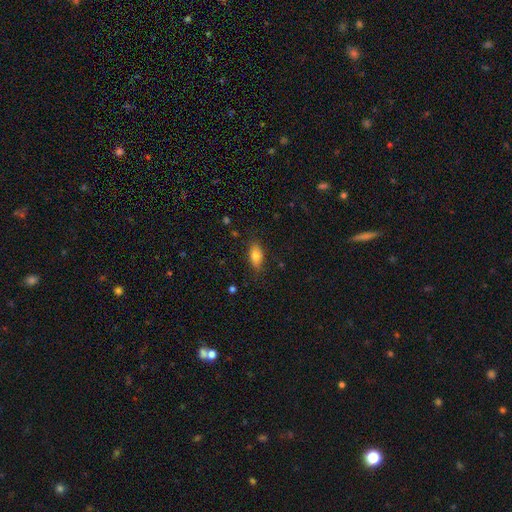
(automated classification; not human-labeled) Morphology: type=smooth (80%); roundness=in between (87%); merging=none (82%).